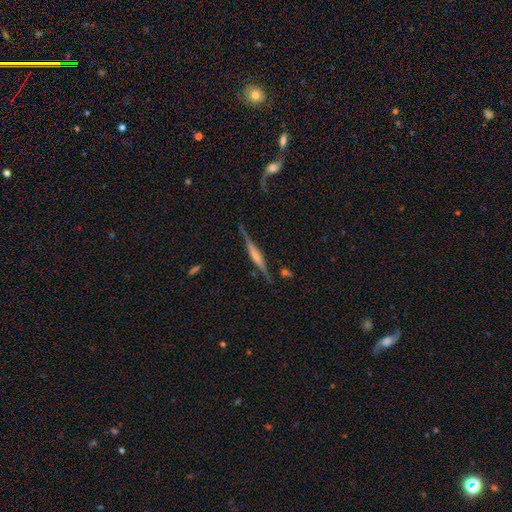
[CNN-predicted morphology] type=featured or disk (70%); edge-on=yes (97%); edge-on bulge=rounded (42%); merging=none (82%).